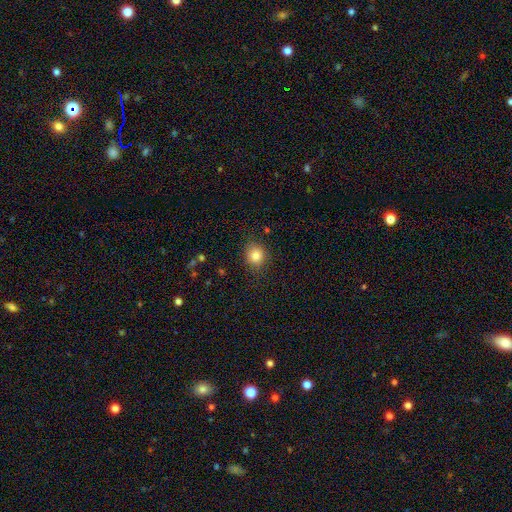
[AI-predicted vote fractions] This is clearly a smooth galaxy (83%). How rounded: likely round (74%). Merging: clearly none (83%).